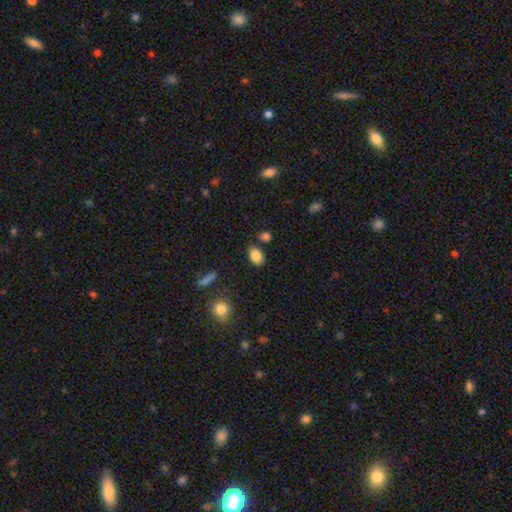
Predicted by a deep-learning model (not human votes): Q: Smooth or featured?
A: smooth (86%); runner-up: star or artifact (9%)
Q: How rounded?
A: in between (82%); runner-up: round (16%)
Q: Merging?
A: none (75%); runner-up: minor disturbance (14%)